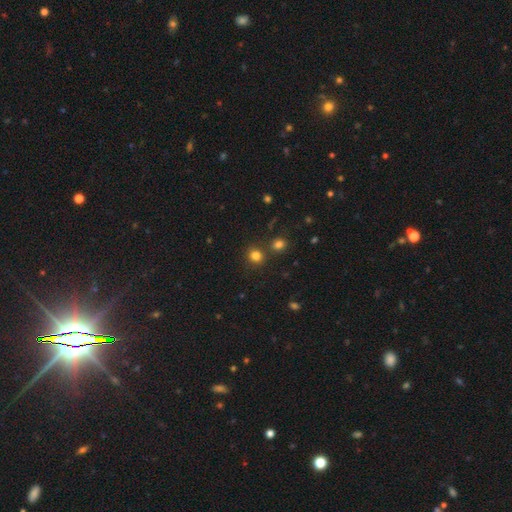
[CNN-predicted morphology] Smooth or featured: smooth — 80% (star or artifact — 15%)
How rounded: round — 80% (in between — 19%)
Merging: none — 75% (merger — 14%)